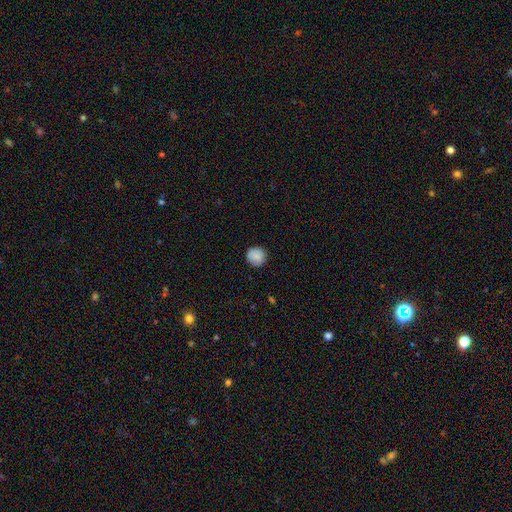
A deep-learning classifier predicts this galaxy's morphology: The model was most divided on "smooth or featured": smooth: 87%, star or artifact: 8%, featured or disk: 5%. More confident: how rounded — round (92%); merging — none (88%).